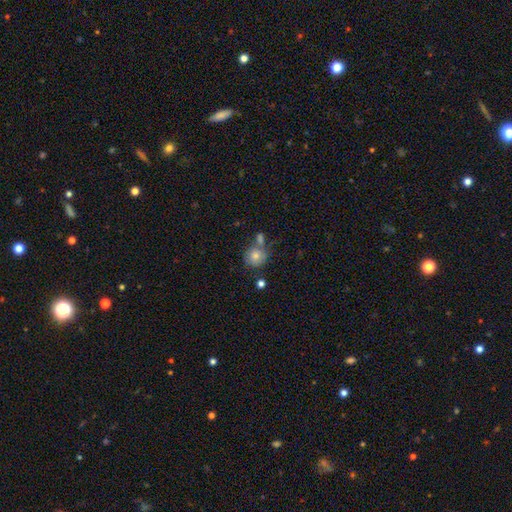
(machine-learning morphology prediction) Smooth or featured: smooth — 73% (featured or disk — 15%)
How rounded: round — 89% (in between — 10%)
Merging: none — 63% (merger — 20%)